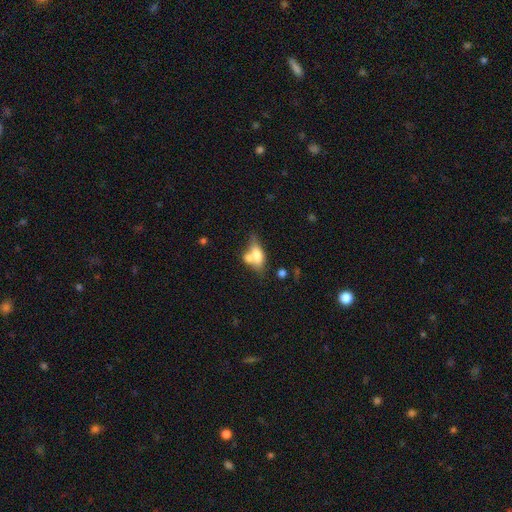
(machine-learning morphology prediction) type=smooth (63%); roundness=in between (76%); merging=merger (48%).